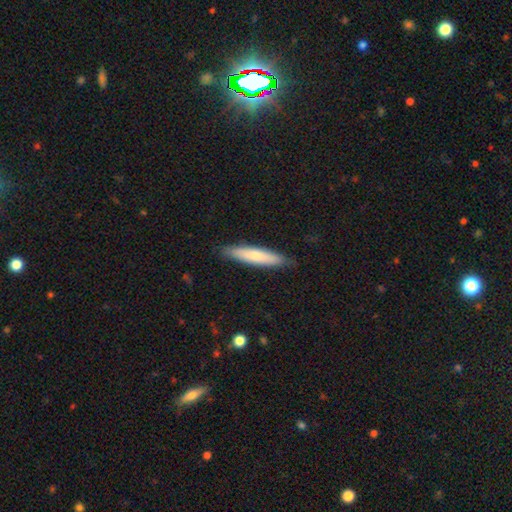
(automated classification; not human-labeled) This is likely a smooth galaxy (69%). How rounded: clearly cigar-shaped (86%). Merging: clearly none (86%).